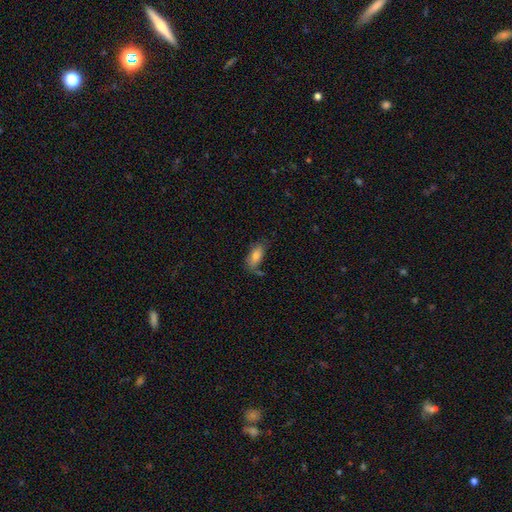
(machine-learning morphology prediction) A smooth galaxy with no disk features (78%) that is in between round and cigar-shaped (87%). Merging: none (61%).